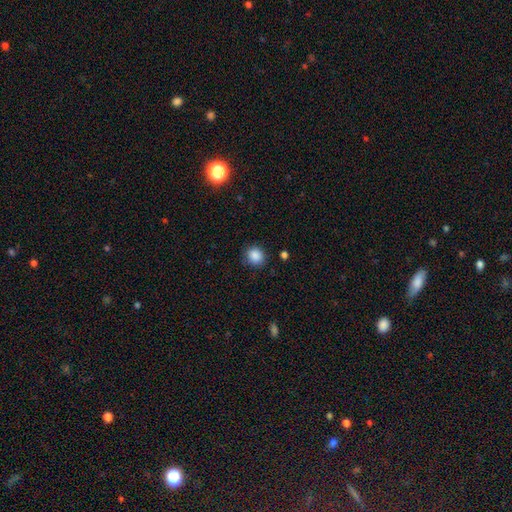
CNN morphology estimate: type=smooth (86%); roundness=round (84%); merging=none (84%).